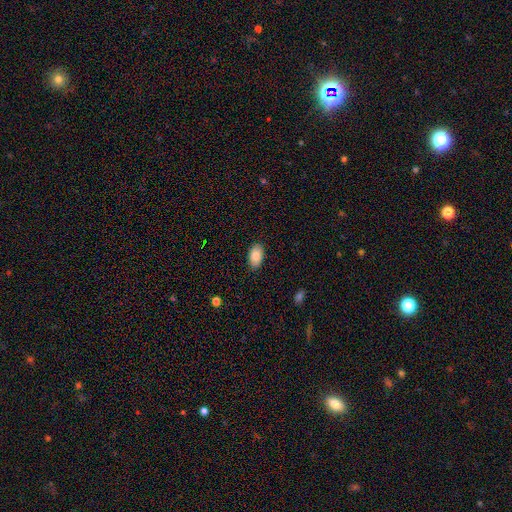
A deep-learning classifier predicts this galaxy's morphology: The model was most divided on "merging": none: 86%, minor disturbance: 10%, major disturbance: 2%, merger: 1%. More confident: how rounded — in between (94%); smooth or featured — smooth (87%).